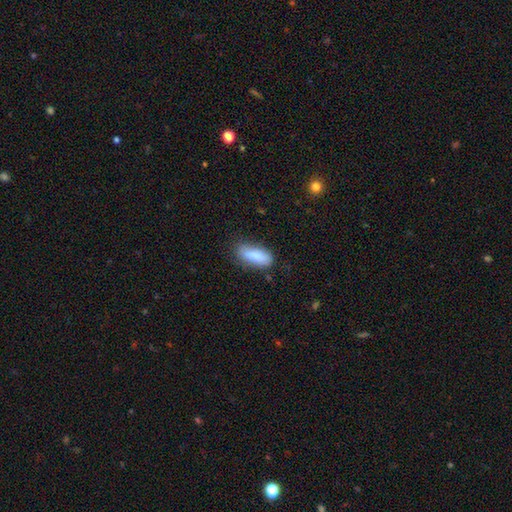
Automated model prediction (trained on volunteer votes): Smooth or featured: smooth — 84% (featured or disk — 9%)
How rounded: in between — 74% (cigar-shaped — 24%)
Merging: none — 72% (minor disturbance — 22%)